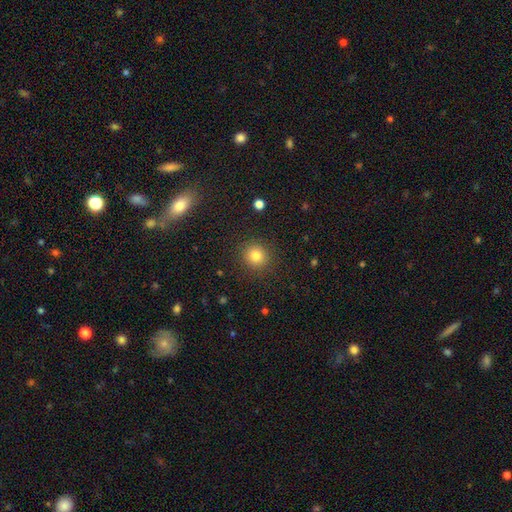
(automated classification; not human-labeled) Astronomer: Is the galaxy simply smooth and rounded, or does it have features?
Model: smooth — 82%.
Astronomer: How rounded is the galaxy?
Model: round — 91%.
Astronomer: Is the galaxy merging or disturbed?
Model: none — 90%.